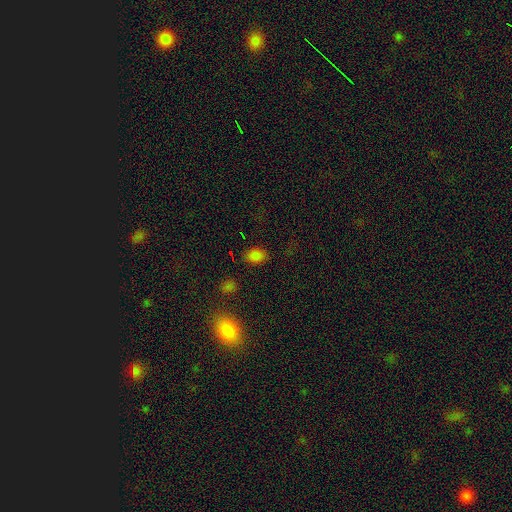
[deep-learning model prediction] The model was most divided on "how rounded": in between: 72%, round: 27%, cigar-shaped: 1%. More confident: merging — none (83%); smooth or featured — smooth (80%).